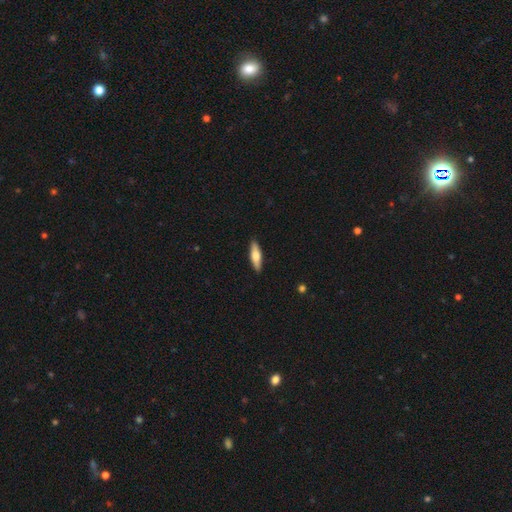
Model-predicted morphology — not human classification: Smooth or featured: smooth — 61% (featured or disk — 33%)
How rounded: cigar-shaped — 62% (in between — 36%)
Merging: none — 90% (minor disturbance — 7%)